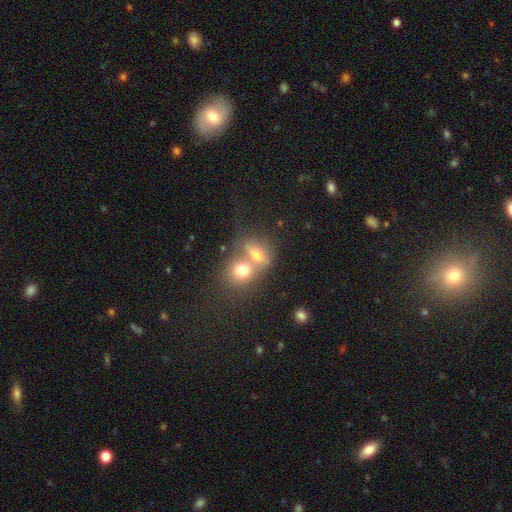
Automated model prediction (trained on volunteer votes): Q: Smooth or featured?
A: smooth (63%); runner-up: featured or disk (24%)
Q: How rounded?
A: in between (51%); runner-up: round (46%)
Q: Merging?
A: merger (69%); runner-up: none (21%)